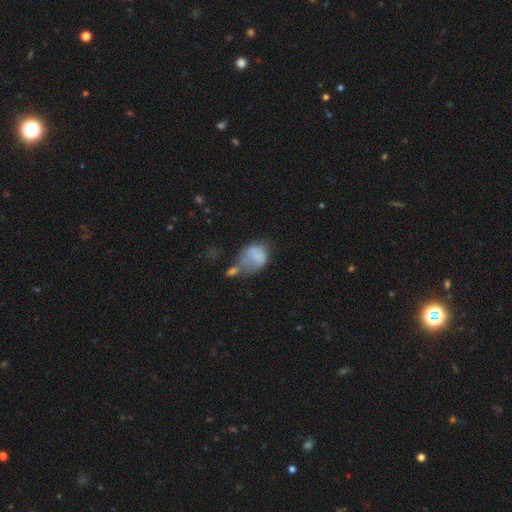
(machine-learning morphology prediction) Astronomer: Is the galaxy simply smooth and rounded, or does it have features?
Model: smooth — 69%.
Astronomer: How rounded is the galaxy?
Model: in between — 61% (runner-up: round, 37%).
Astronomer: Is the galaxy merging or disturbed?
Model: merger — 32% (runner-up: major disturbance, 30%).